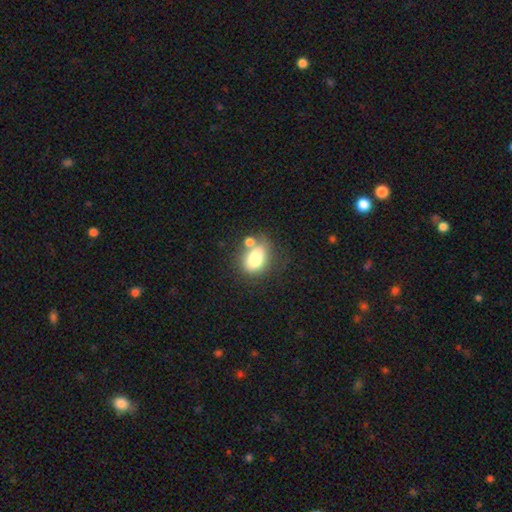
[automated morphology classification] A smooth galaxy with no disk features (78%) that is in between round and cigar-shaped (78%). Merging: none (46%).